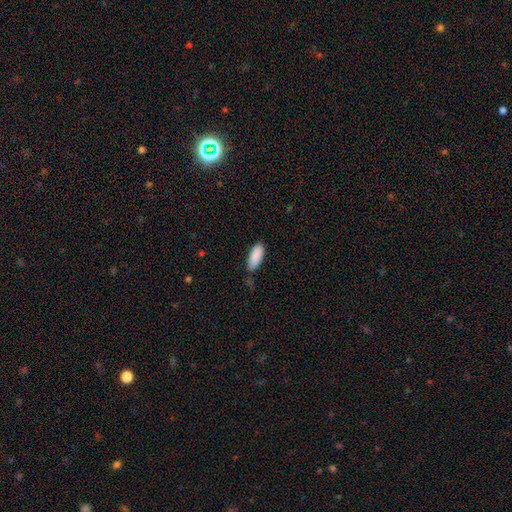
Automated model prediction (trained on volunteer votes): A smooth galaxy with no disk features (90%) that is in between round and cigar-shaped (80%). Merging: none (69%).